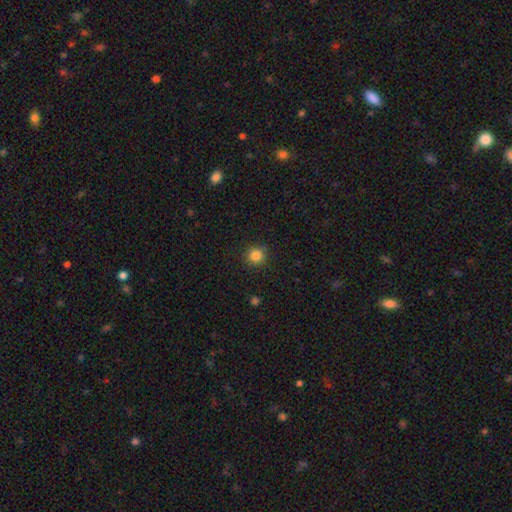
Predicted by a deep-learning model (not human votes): Smooth or featured?
  - smooth: 84% *
  - star or artifact: 12%
  - featured or disk: 4%
How rounded?
  - round: 93% *
  - in between: 6%
  - cigar-shaped: 1%
Merging?
  - none: 91% *
  - minor disturbance: 6%
  - major disturbance: 2%
  - merger: 1%